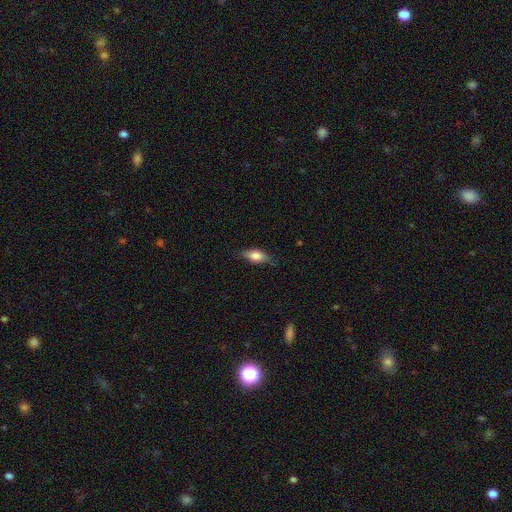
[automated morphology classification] Overall: smooth (70%). How rounded: in between (78%). Merging: none (74%).